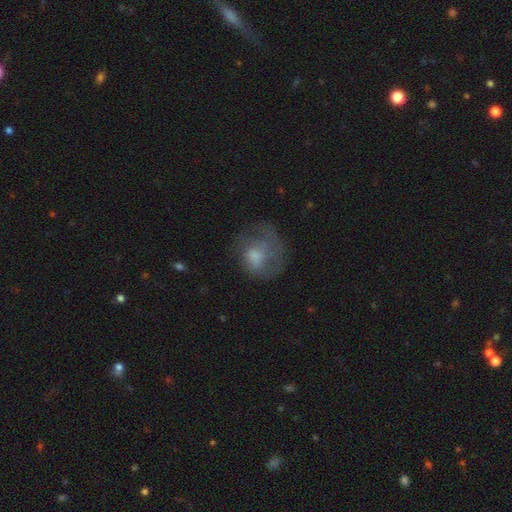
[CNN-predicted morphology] Smooth or featured? smooth (55%)
How rounded? round (66%)
Merging? none (44%)